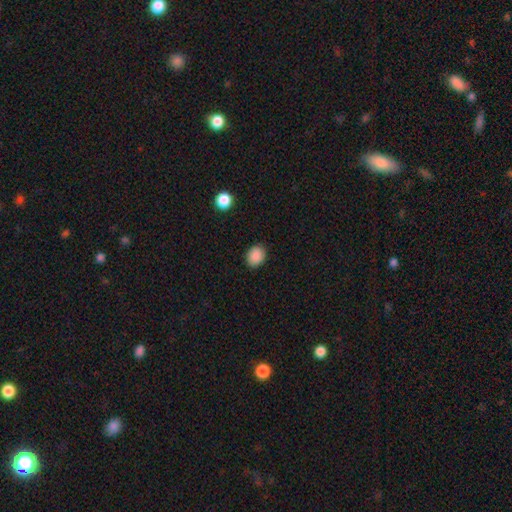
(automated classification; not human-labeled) Smooth or featured?
  - smooth: 89% *
  - star or artifact: 9%
  - featured or disk: 3%
How rounded?
  - in between: 52% *
  - round: 47%
  - cigar-shaped: 1%
Merging?
  - none: 89% *
  - minor disturbance: 8%
  - major disturbance: 2%
  - merger: 1%